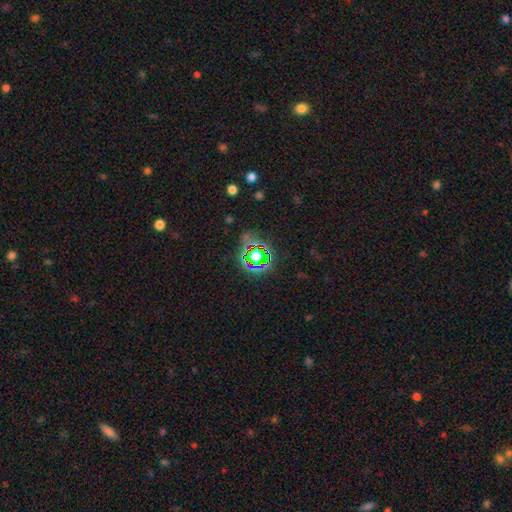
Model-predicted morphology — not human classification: A star or artifact, not a galaxy (65%).